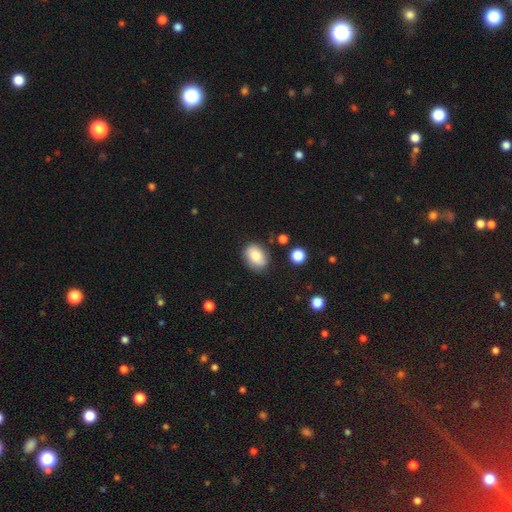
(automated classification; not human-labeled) Q: Smooth or featured?
A: smooth (75%); runner-up: featured or disk (16%)
Q: How rounded?
A: in between (69%); runner-up: round (30%)
Q: Merging?
A: none (78%); runner-up: minor disturbance (16%)